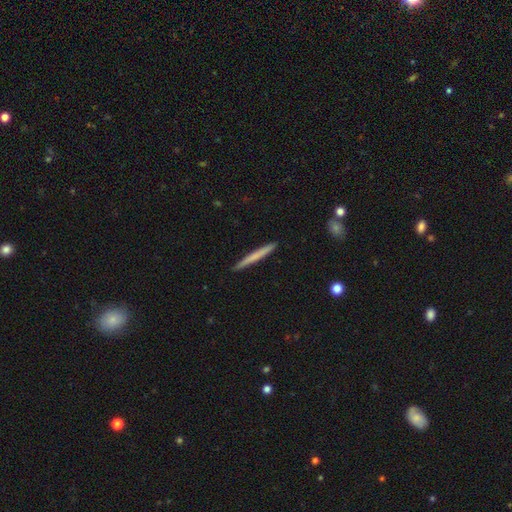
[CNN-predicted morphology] Smooth or featured? Predicted: smooth (p=0.60). How rounded? Predicted: cigar-shaped (p=0.97). Merging? Predicted: none (p=0.92).